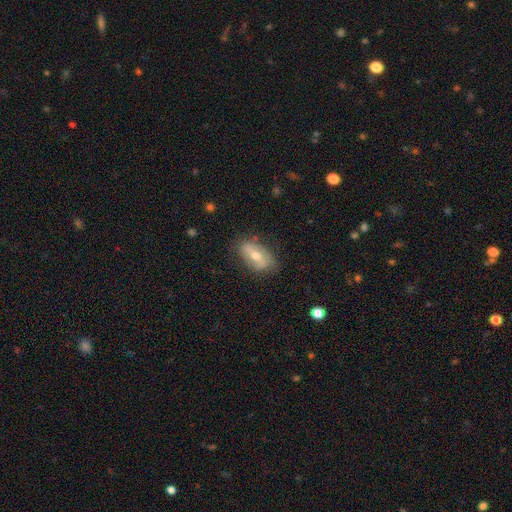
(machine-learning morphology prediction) Smooth or featured? featured or disk (53%)
Edge-on disk? no (82%)
Merging? none (73%)